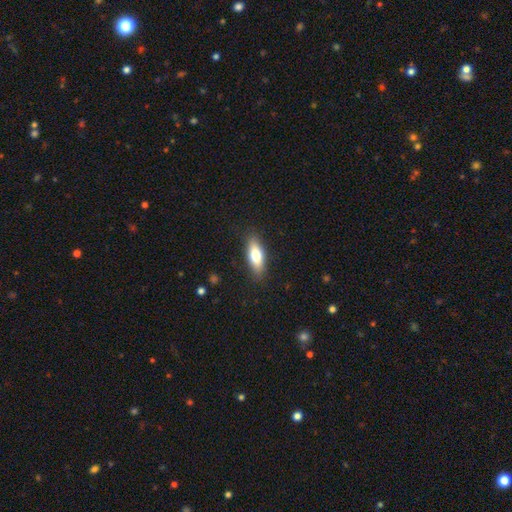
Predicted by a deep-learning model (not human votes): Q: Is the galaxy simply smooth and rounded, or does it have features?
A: smooth — 72%.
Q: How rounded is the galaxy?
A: in between — 64%.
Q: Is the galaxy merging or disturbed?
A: none — 85%.